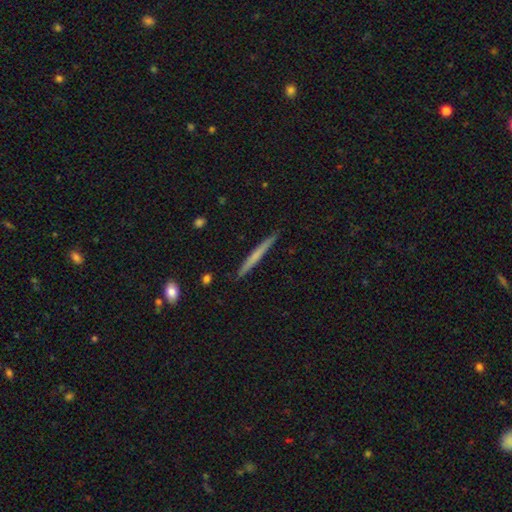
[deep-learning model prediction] smooth_or_featured: smooth (p=0.56) [alt: featured or disk p=0.39]
how_rounded: cigar-shaped (p=0.97) [alt: in between p=0.02]
merging: none (p=0.91) [alt: minor disturbance p=0.06]